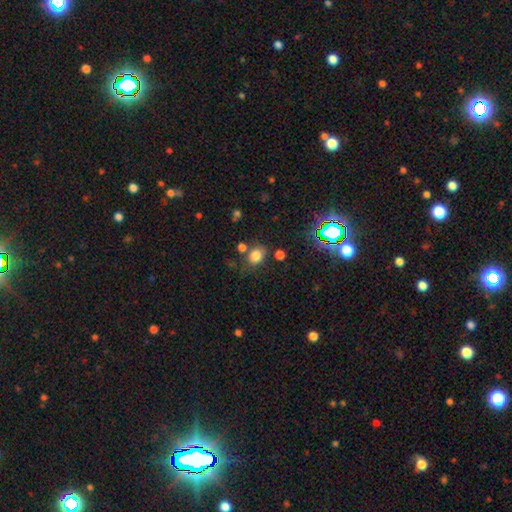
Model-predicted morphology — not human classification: smooth 77%, star or artifact 16%, featured or disk 8%. Down the decision tree: how rounded — in between (52%); merging — none (69%).